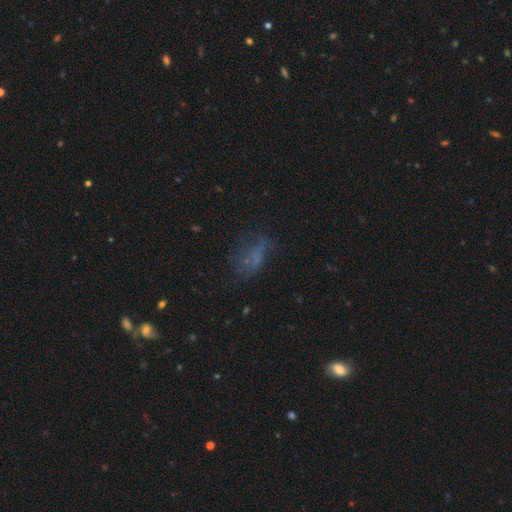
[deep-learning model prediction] A smooth galaxy with no disk features (48%).

Vote fractions:
- Smooth or featured? smooth: 48% / featured or disk: 28% / star or artifact: 24%
- Merging? none: 47% / major disturbance: 27% / minor disturbance: 22% / merger: 4%